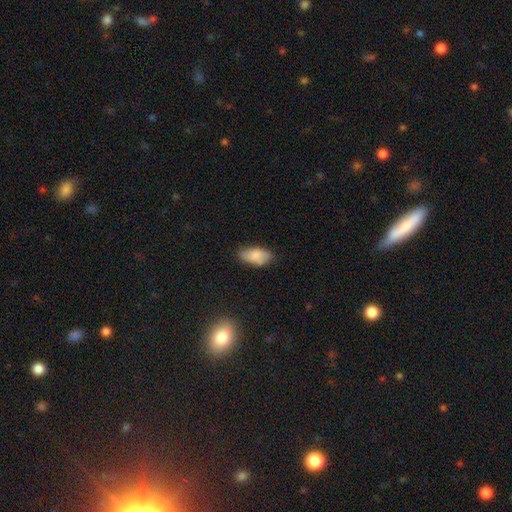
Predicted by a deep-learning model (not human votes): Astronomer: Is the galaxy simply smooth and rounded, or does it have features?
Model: smooth — 85%.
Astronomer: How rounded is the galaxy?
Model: in between — 91%.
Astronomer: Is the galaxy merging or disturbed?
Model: none — 78%.